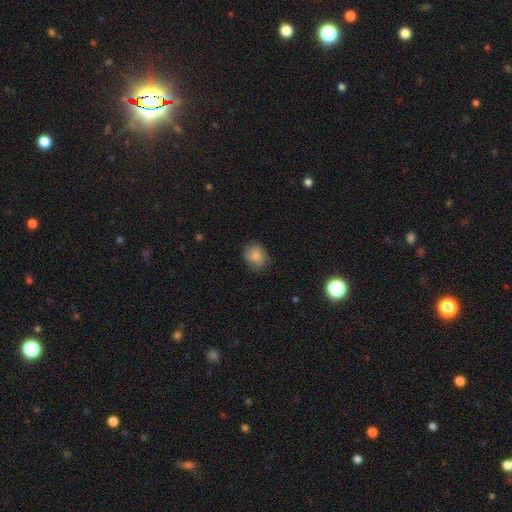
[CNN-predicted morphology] type=smooth (79%); roundness=round (59%); merging=none (74%).